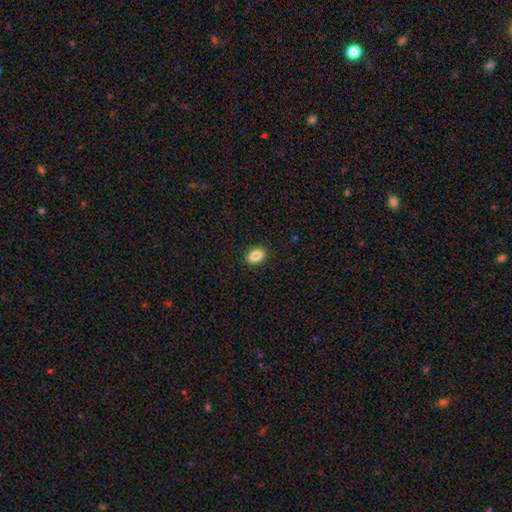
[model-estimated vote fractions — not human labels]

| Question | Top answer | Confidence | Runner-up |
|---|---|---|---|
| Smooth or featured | smooth | 87% | star or artifact (8%) |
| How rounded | in between | 81% | round (18%) |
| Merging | none | 90% | minor disturbance (7%) |